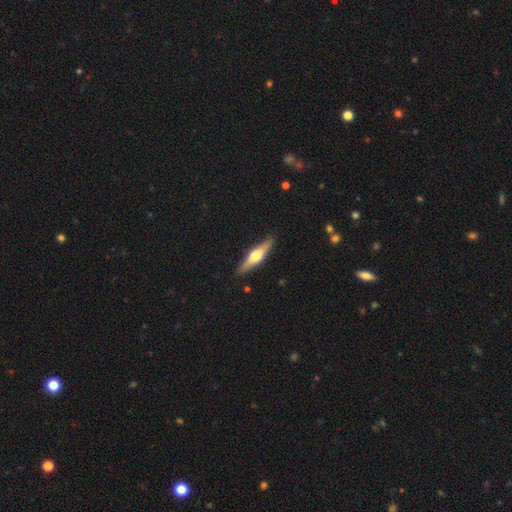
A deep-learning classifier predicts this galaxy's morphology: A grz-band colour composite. It shows a featured or disk galaxy (65%) viewed edge-on (96%) with a rounded central bulge (94%). Merging: none (90%).